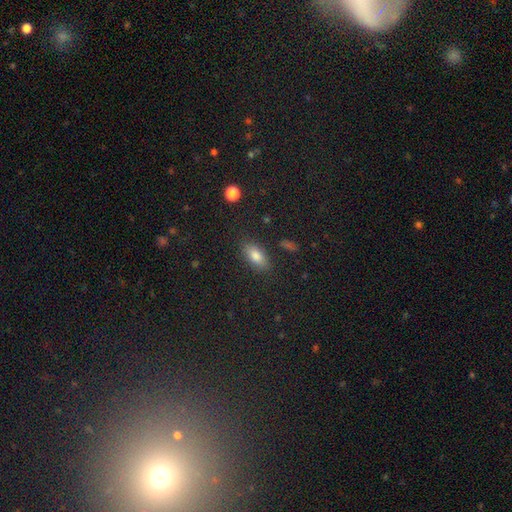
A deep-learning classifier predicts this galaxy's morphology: type=smooth (78%); roundness=in between (86%); merging=none (85%).